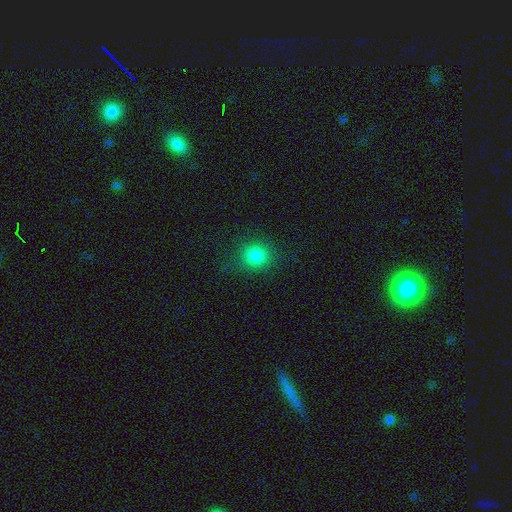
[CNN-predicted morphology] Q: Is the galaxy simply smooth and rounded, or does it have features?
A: smooth — 82%.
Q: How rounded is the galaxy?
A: round — 87%.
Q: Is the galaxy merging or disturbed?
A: none — 83%.